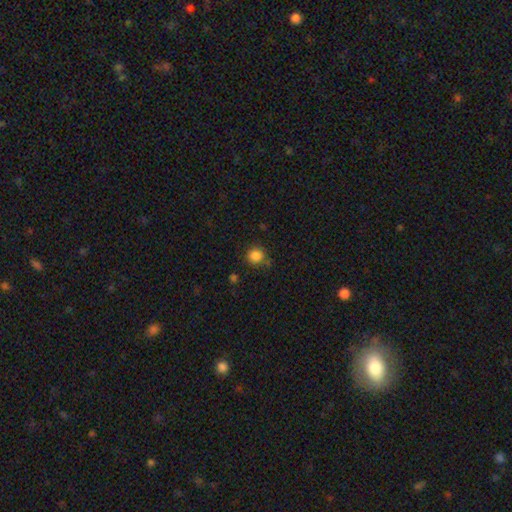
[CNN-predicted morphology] Smooth or featured?
  - smooth: 85% *
  - star or artifact: 11%
  - featured or disk: 4%
How rounded?
  - round: 89% *
  - in between: 10%
  - cigar-shaped: 1%
Merging?
  - none: 77% *
  - minor disturbance: 14%
  - merger: 5%
  - major disturbance: 4%